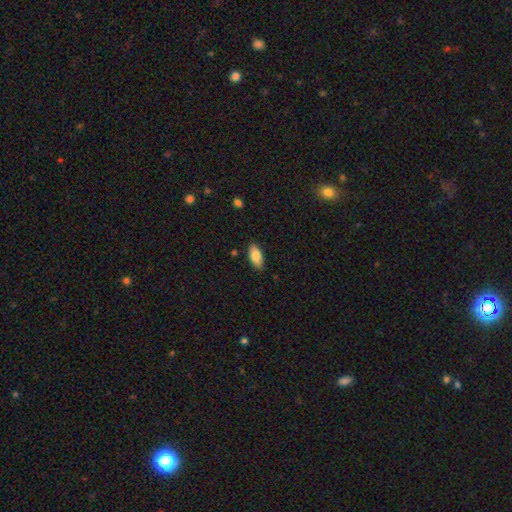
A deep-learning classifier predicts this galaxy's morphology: type=smooth (82%); roundness=in between (90%); merging=none (87%).